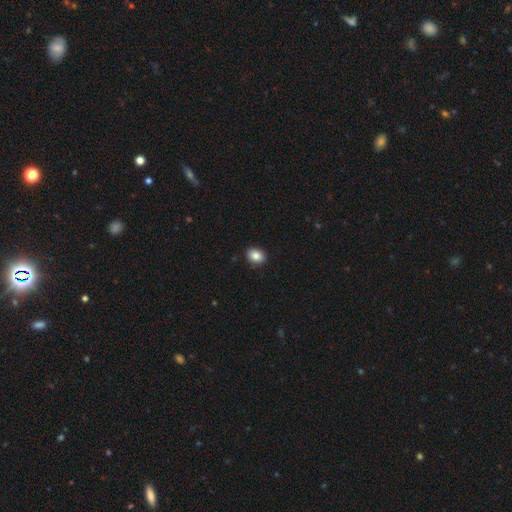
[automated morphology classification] Smooth or featured?
  - smooth: 86% *
  - star or artifact: 9%
  - featured or disk: 5%
How rounded?
  - in between: 60% *
  - round: 39%
  - cigar-shaped: 1%
Merging?
  - none: 90% *
  - minor disturbance: 8%
  - major disturbance: 2%
  - merger: 1%